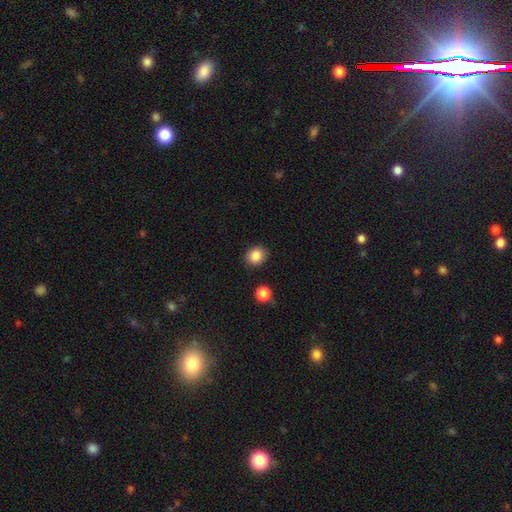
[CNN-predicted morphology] Q: Smooth or featured?
A: smooth (86%); runner-up: star or artifact (9%)
Q: How rounded?
A: round (76%); runner-up: in between (23%)
Q: Merging?
A: none (89%); runner-up: minor disturbance (7%)